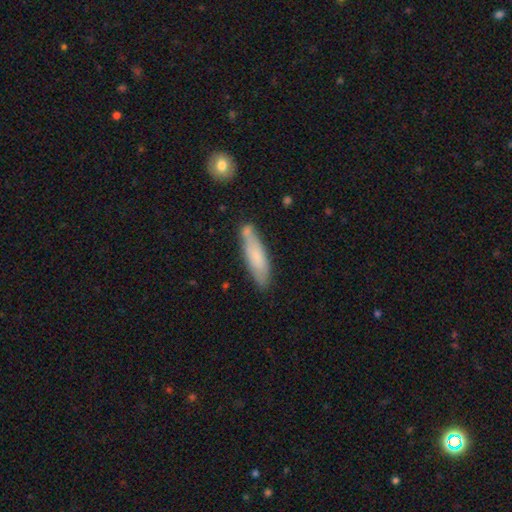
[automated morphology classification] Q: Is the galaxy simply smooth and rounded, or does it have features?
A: smooth — 73%.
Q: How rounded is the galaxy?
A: cigar-shaped — 73%.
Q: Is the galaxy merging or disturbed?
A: none — 70%.